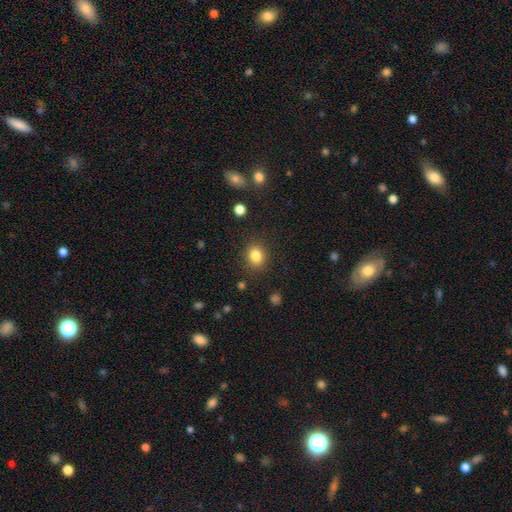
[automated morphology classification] This appears to be a smooth galaxy with no disk features (83%) that is round (57%). Merging: none (86%).